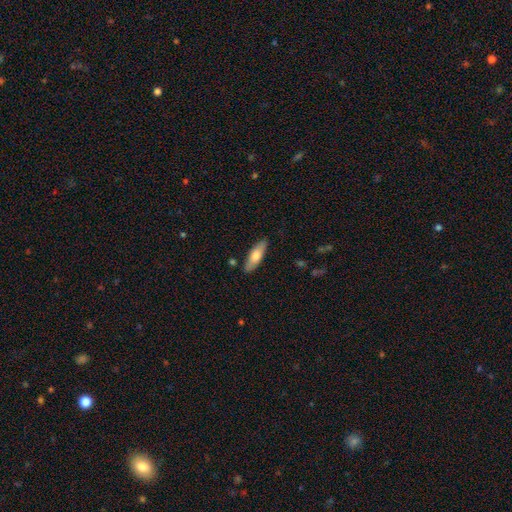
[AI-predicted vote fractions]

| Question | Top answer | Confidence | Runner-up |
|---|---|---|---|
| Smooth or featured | smooth | 70% | featured or disk (24%) |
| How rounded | in between | 57% | cigar-shaped (41%) |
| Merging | none | 86% | minor disturbance (10%) |